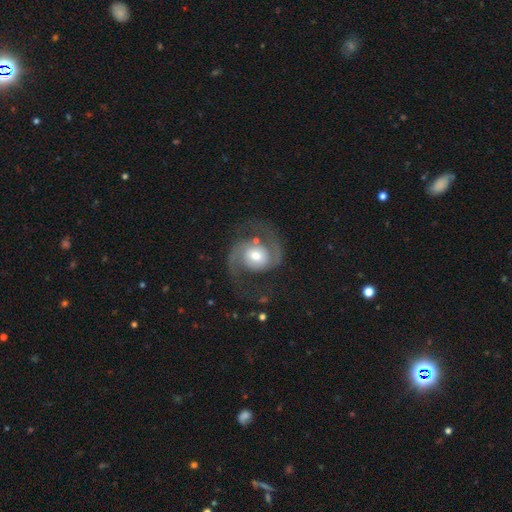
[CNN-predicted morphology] Overall: featured or disk (89%). Edge-on disk: no (98%). Bar: no (58%; weak 32%). Spiral arms: yes (97%). Spiral arm count: 2 (93%). Spiral winding: medium (56%; loose 28%). Bulge size: moderate (62%). Merging: none (71%).